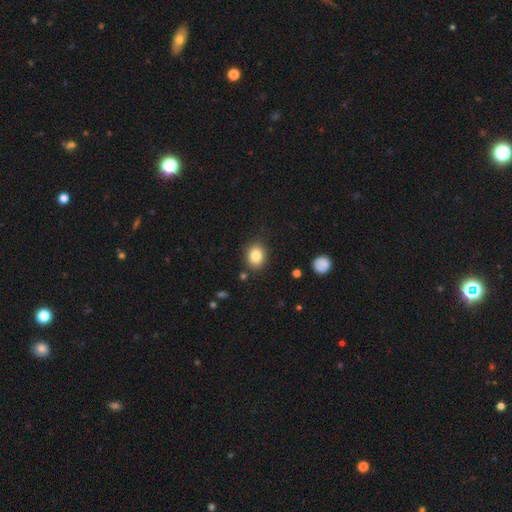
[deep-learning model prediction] Smooth or featured: smooth — 83% (star or artifact — 10%)
How rounded: round — 55% (in between — 44%)
Merging: none — 85% (minor disturbance — 10%)